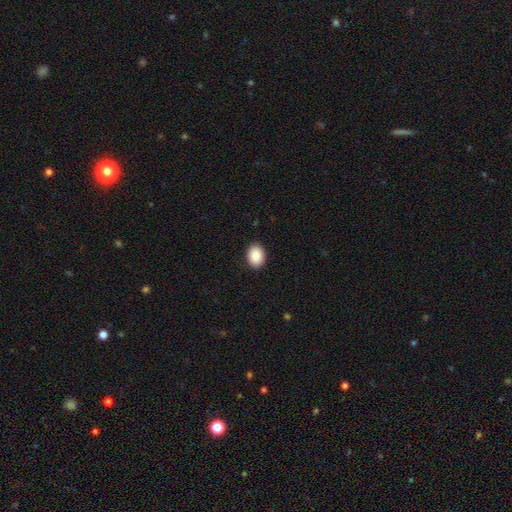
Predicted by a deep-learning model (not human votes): This is clearly a smooth galaxy (89%). How rounded: likely in between (70%). Merging: clearly none (91%).